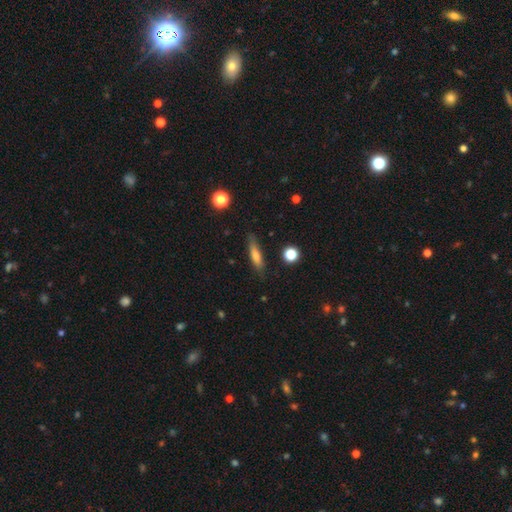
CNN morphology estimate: Smooth or featured? smooth (63%)
How rounded? cigar-shaped (78%)
Merging? none (81%)